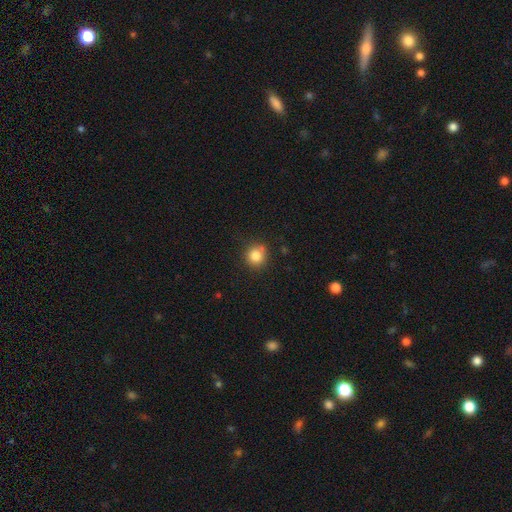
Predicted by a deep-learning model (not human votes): Smooth or featured? smooth (83%)
How rounded? round (90%)
Merging? none (78%)